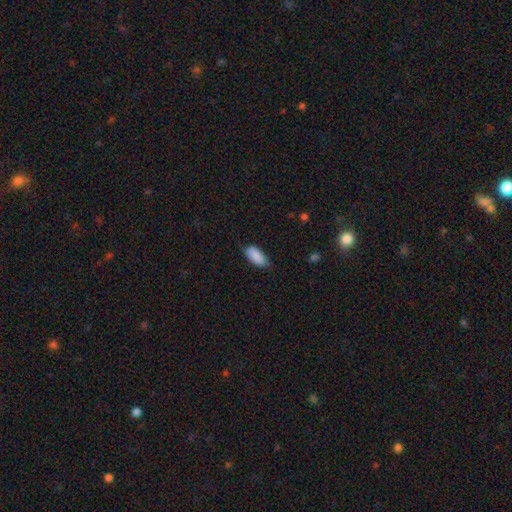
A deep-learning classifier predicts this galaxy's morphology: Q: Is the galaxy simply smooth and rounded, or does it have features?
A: smooth — 88%.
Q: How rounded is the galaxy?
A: in between — 90%.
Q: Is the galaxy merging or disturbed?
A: none — 72%.